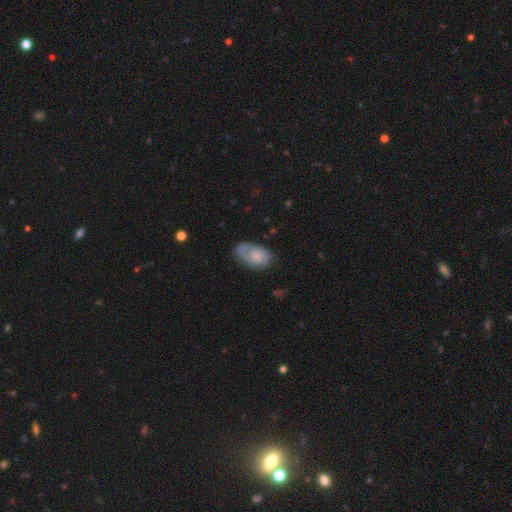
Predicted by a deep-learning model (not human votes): smooth_or_featured: featured or disk (p=0.50) [alt: smooth p=0.43]
disk_edge_on: no (p=0.95) [alt: yes p=0.05]
merging: none (p=0.61) [alt: minor disturbance p=0.26]